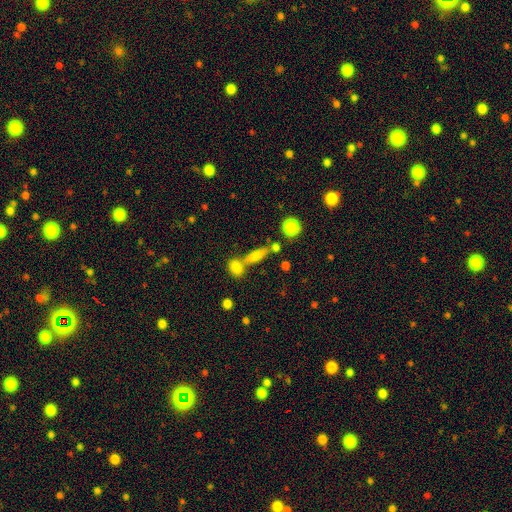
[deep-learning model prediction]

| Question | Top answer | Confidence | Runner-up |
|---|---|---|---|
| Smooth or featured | smooth | 69% | featured or disk (20%) |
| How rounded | cigar-shaped | 55% | in between (39%) |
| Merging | none | 52% | merger (33%) |